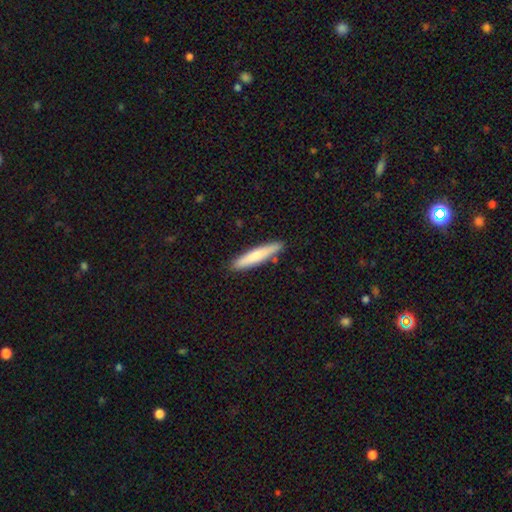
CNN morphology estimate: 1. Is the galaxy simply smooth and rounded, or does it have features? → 72% smooth, 23% featured or disk, 5% star or artifact.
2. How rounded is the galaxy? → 91% cigar-shaped, 7% in between, 1% round.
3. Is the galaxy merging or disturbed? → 86% none, 10% minor disturbance, 2% merger, 2% major disturbance.